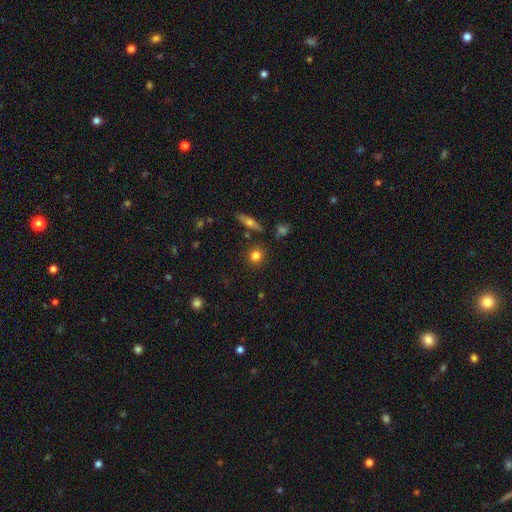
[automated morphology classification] Smooth or featured? Predicted: smooth (p=0.82). How rounded? Predicted: round (p=0.86). Merging? Predicted: none (p=0.85).